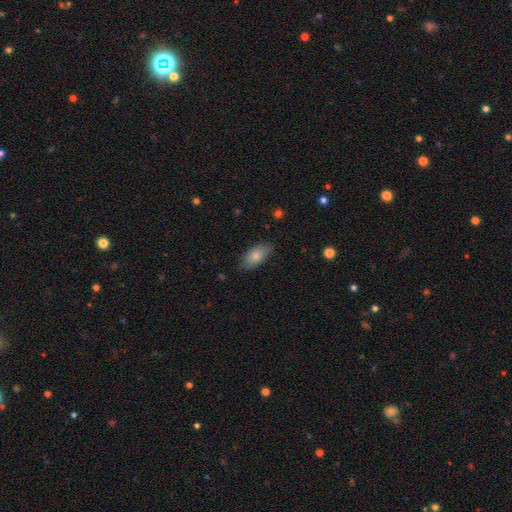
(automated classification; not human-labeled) Overall: smooth (81%). How rounded: in between (91%). Merging: none (80%).